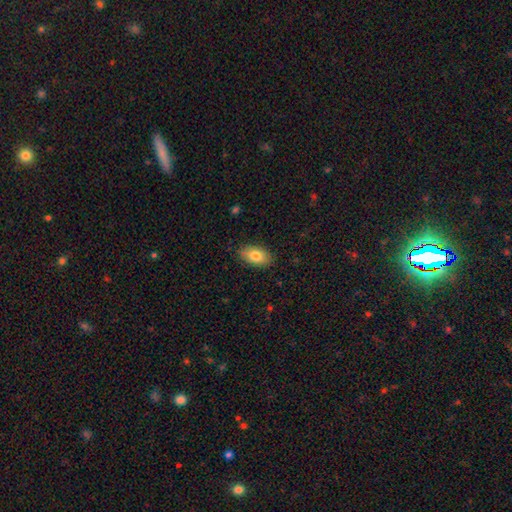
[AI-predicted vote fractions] Smooth or featured? Predicted: smooth (p=0.82). How rounded? Predicted: in between (p=0.92). Merging? Predicted: none (p=0.87).